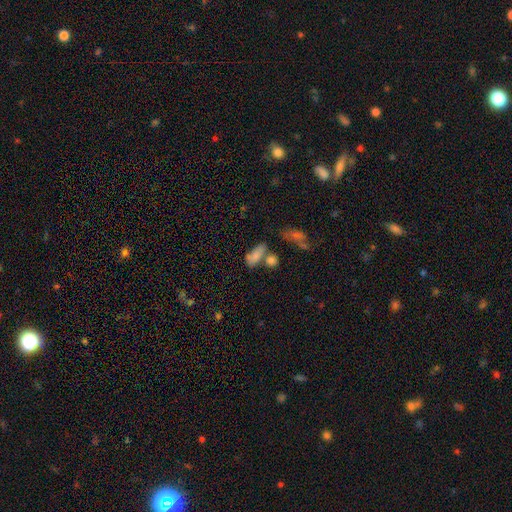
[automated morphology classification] type=smooth (73%); roundness=in between (81%); merging=merger (39%).